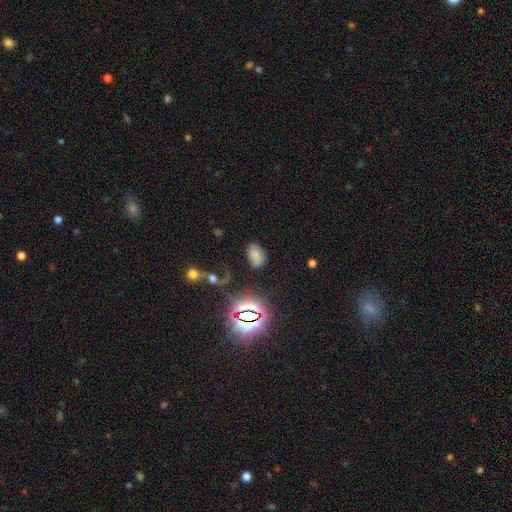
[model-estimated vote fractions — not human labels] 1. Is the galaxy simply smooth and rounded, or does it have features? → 61% smooth, 22% star or artifact, 17% featured or disk.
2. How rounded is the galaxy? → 88% in between, 11% round, 1% cigar-shaped.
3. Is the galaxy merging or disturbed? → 67% none, 20% minor disturbance, 8% major disturbance, 6% merger.